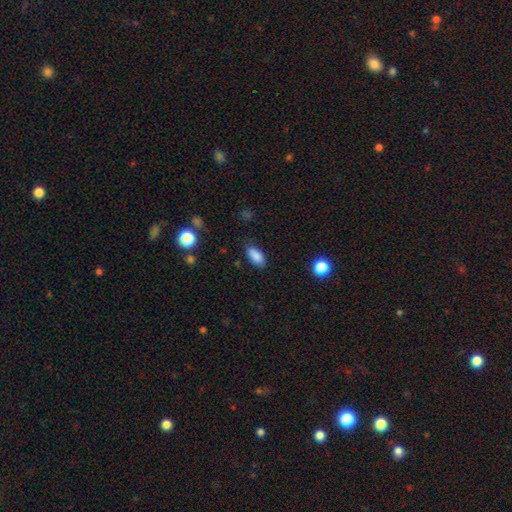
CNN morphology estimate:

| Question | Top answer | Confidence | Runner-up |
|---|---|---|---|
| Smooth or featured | smooth | 87% | star or artifact (8%) |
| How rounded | in between | 90% | cigar-shaped (6%) |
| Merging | none | 81% | minor disturbance (14%) |